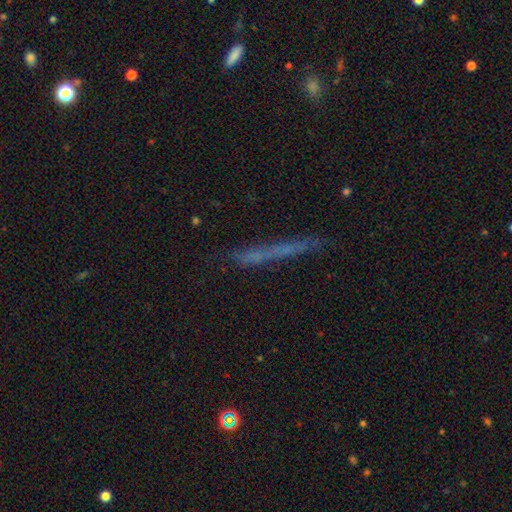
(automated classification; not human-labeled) This is possibly a smooth galaxy (49%). Merging: likely none (73%).